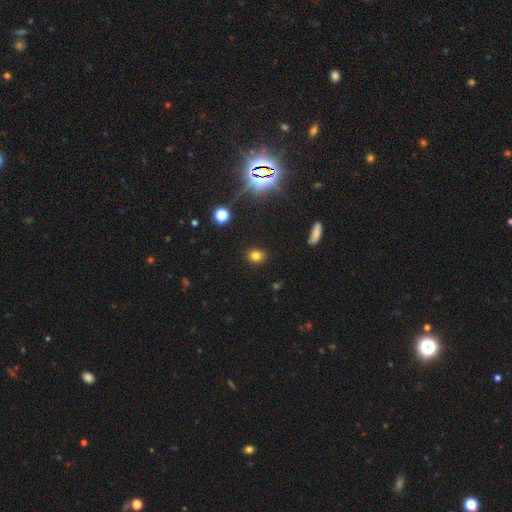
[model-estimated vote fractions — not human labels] A smooth galaxy with no disk features (77%) that is round (69%). Merging: none (89%).